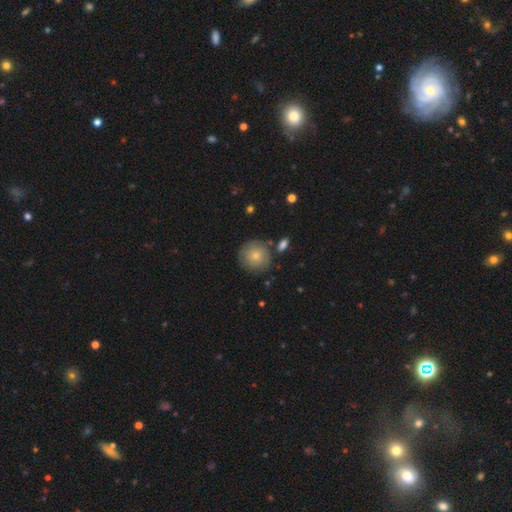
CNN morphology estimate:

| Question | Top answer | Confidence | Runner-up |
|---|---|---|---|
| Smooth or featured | smooth | 75% | featured or disk (18%) |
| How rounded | round | 93% | in between (6%) |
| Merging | none | 78% | minor disturbance (13%) |